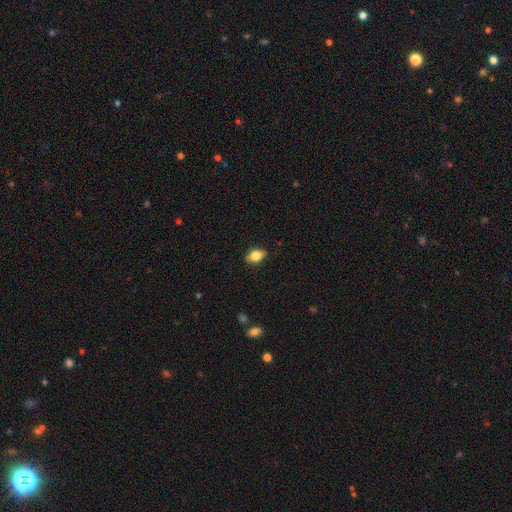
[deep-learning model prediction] Smooth or featured: smooth — 80% (featured or disk — 12%)
How rounded: in between — 82% (round — 15%)
Merging: none — 85% (minor disturbance — 11%)